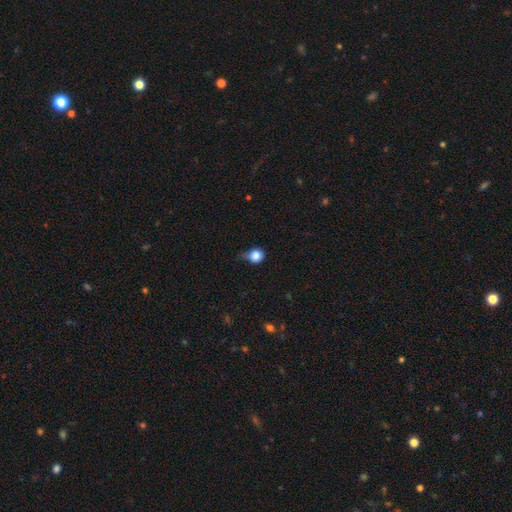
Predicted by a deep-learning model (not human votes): Overall: smooth (83%). How rounded: round (80%). Merging: minor disturbance (43%; none 39%).